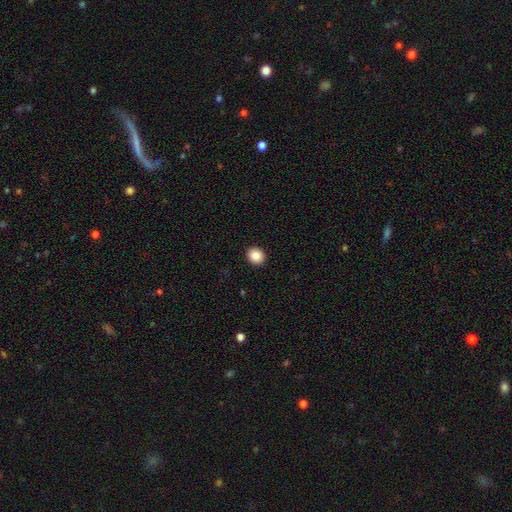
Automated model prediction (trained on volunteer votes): Q: Smooth or featured?
A: smooth (87%); runner-up: star or artifact (9%)
Q: How rounded?
A: round (75%); runner-up: in between (24%)
Q: Merging?
A: none (93%); runner-up: minor disturbance (5%)